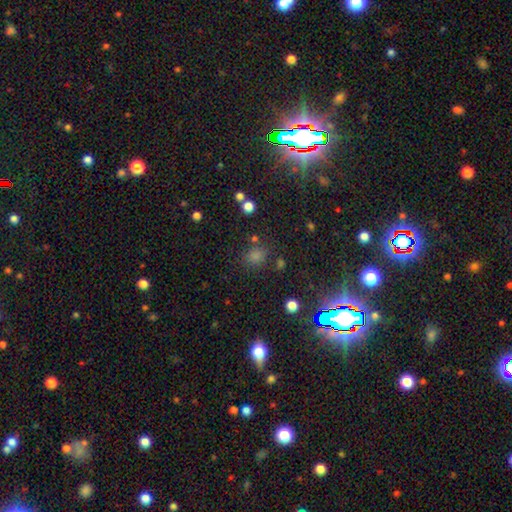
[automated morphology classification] Smooth or featured?
  - star or artifact: 49% *
  - smooth: 43%
  - featured or disk: 7%